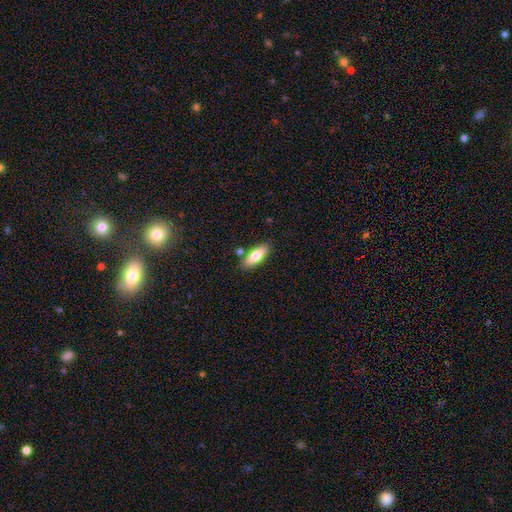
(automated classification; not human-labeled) Morphology: type=smooth (70%); roundness=in between (61%); merging=none (82%).